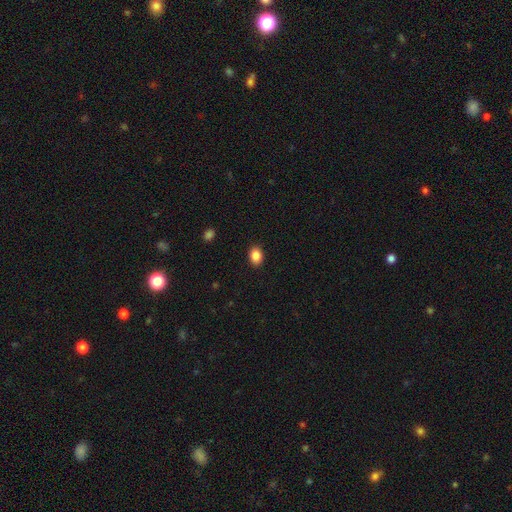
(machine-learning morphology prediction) A smooth galaxy with no disk features (87%) that is in between round and cigar-shaped (66%). Merging: none (90%).